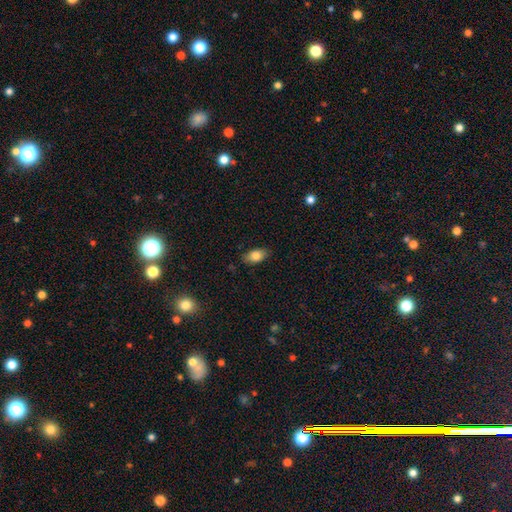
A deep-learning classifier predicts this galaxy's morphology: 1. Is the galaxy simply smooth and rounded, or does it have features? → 82% smooth, 10% featured or disk, 8% star or artifact.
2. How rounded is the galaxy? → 89% in between, 7% round, 4% cigar-shaped.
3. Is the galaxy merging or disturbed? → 83% none, 13% minor disturbance, 3% major disturbance, 1% merger.